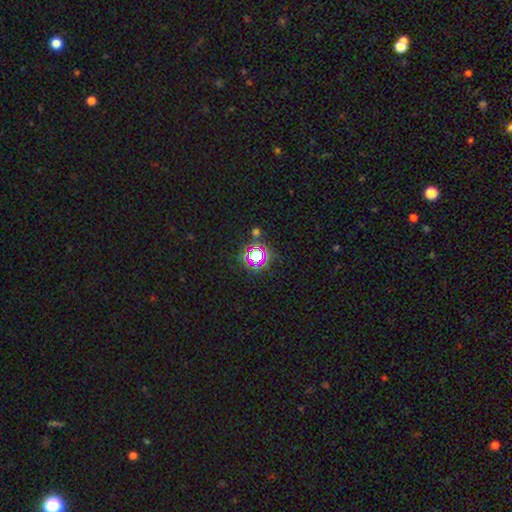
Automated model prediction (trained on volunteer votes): Smooth or featured? Predicted: star or artifact (p=0.71).